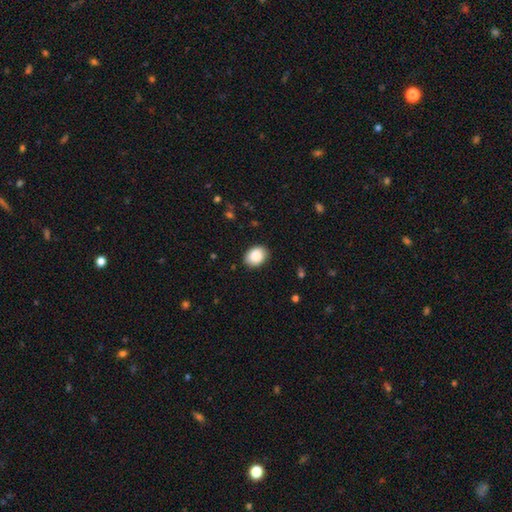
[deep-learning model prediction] Overall: smooth (88%). How rounded: in between (69%; round 30%). Merging: none (85%).